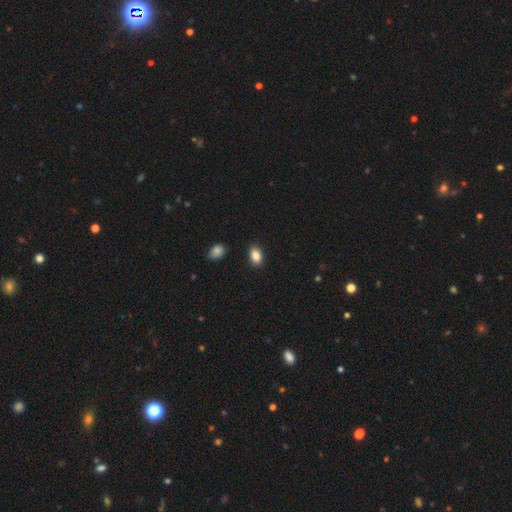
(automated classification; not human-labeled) Smooth or featured? Predicted: smooth (p=0.87). How rounded? Predicted: in between (p=0.85). Merging? Predicted: none (p=0.87).